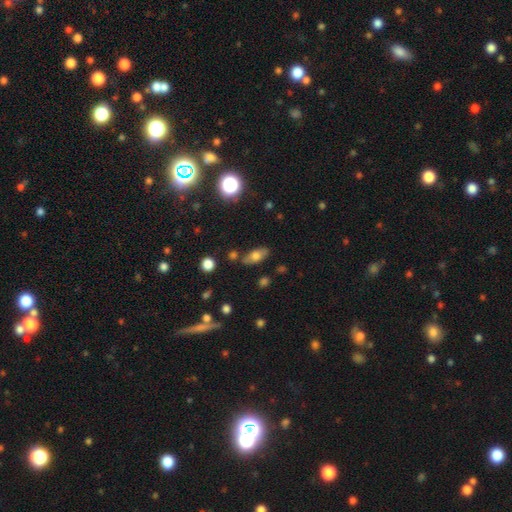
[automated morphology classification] smooth-or-featured: smooth: 65% | featured or disk: 24% | star or artifact: 11%
  how-rounded: in between: 80% | cigar-shaped: 14% | round: 6%
  merging: none: 77% | minor disturbance: 14% | merger: 6% | major disturbance: 4%